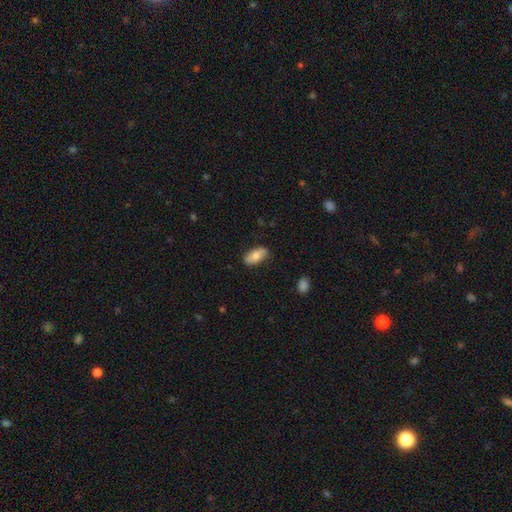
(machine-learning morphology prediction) smooth_or_featured: smooth (p=0.77) [alt: featured or disk p=0.17]
how_rounded: in between (p=0.91) [alt: cigar-shaped p=0.06]
merging: none (p=0.85) [alt: minor disturbance p=0.12]